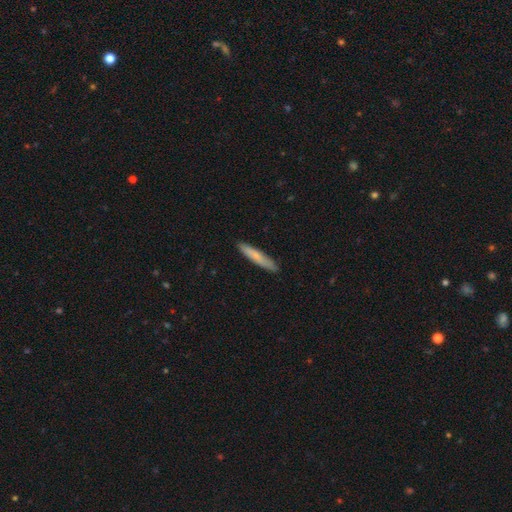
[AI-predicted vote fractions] Smooth or featured: smooth — 73% (featured or disk — 22%)
How rounded: cigar-shaped — 92% (in between — 6%)
Merging: none — 89% (minor disturbance — 8%)